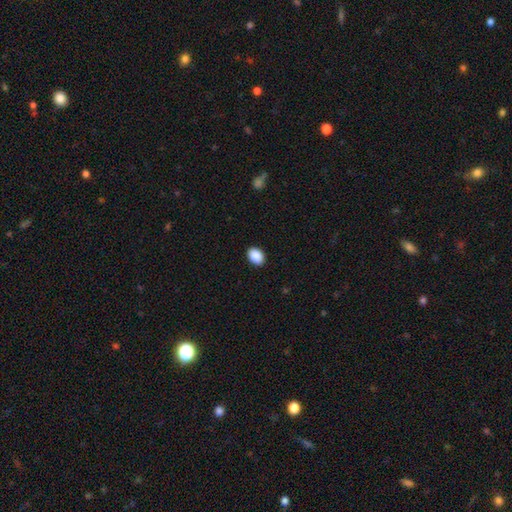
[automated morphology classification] Q: Smooth or featured?
A: smooth (90%); runner-up: star or artifact (7%)
Q: How rounded?
A: in between (79%); runner-up: round (20%)
Q: Merging?
A: none (90%); runner-up: minor disturbance (7%)